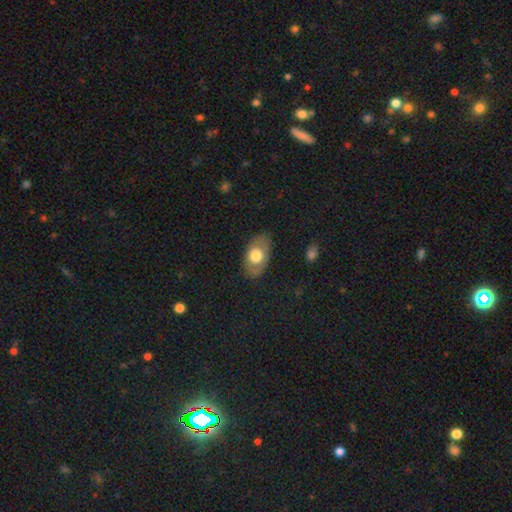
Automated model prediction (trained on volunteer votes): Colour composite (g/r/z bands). It shows a smooth galaxy with no disk features (62%) that is in between round and cigar-shaped (88%). Merging: none (78%).